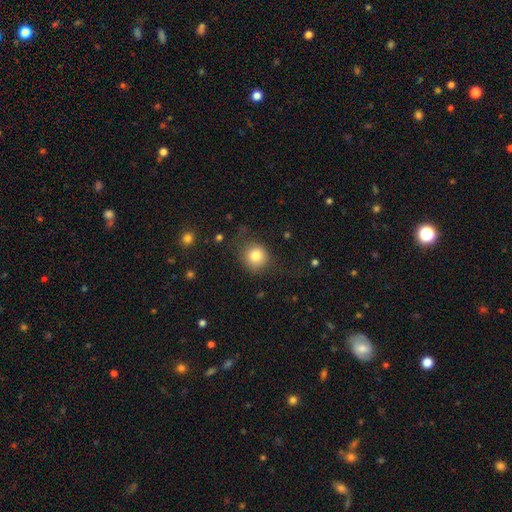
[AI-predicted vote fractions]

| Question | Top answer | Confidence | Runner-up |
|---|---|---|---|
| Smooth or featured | smooth | 82% | star or artifact (10%) |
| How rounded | round | 88% | in between (11%) |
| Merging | none | 73% | minor disturbance (17%) |